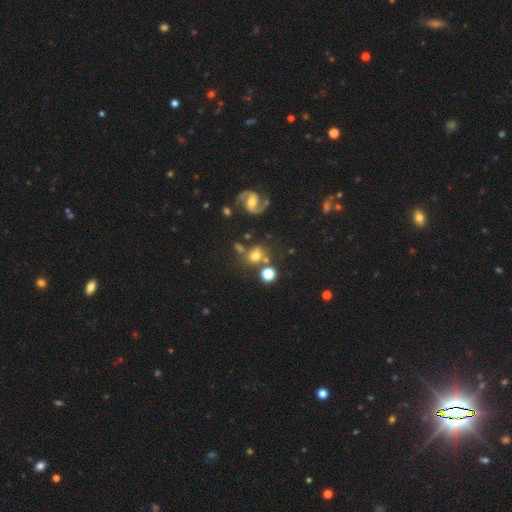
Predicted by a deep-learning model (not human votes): The model was most divided on "smooth or featured": smooth: 56%, featured or disk: 29%, star or artifact: 15%. More confident: how rounded — round (77%); merging — none (64%).